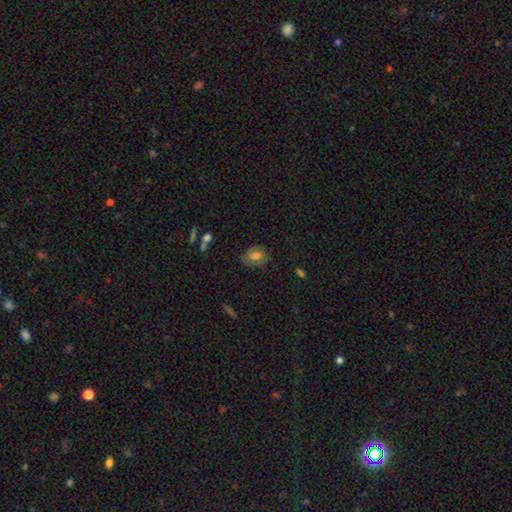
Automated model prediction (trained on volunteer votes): smooth_or_featured: smooth (p=0.71) [alt: featured or disk p=0.19]
how_rounded: in between (p=0.64) [alt: round p=0.35]
merging: none (p=0.71) [alt: minor disturbance p=0.22]